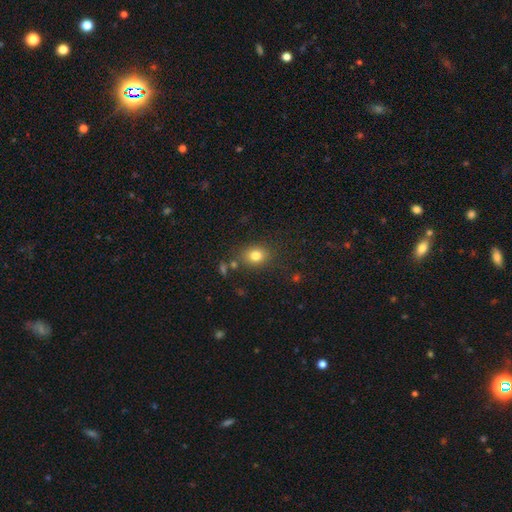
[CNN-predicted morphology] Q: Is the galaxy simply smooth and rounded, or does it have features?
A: smooth — 80%.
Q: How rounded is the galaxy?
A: round — 51%.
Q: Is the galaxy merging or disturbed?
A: none — 80%.